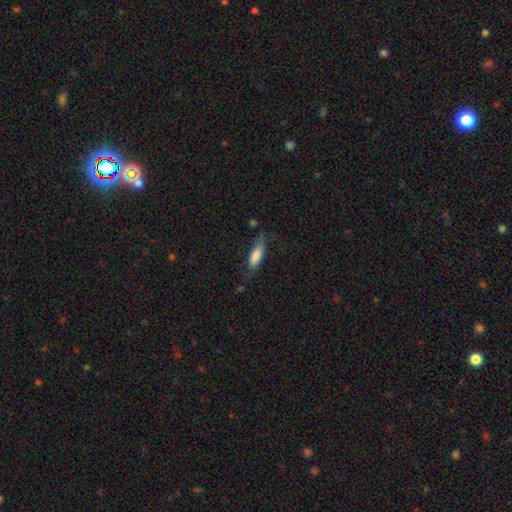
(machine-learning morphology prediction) This is likely a smooth galaxy (79%). How rounded: possibly in between (52%). Merging: possibly none (56%).